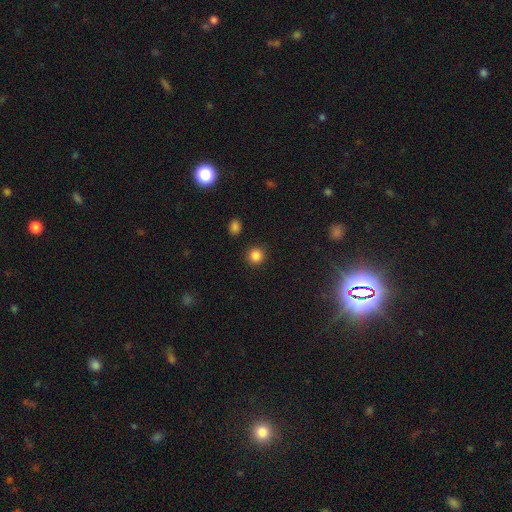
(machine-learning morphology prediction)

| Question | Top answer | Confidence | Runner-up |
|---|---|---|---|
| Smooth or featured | smooth | 85% | star or artifact (11%) |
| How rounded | round | 94% | in between (5%) |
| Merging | none | 91% | minor disturbance (5%) |